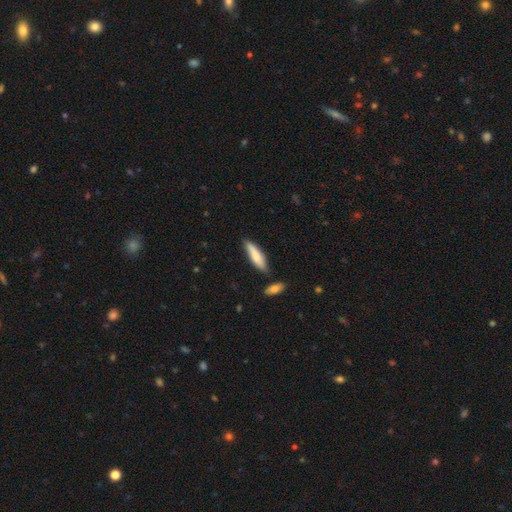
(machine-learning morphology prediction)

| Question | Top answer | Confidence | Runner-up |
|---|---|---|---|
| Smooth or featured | smooth | 78% | featured or disk (16%) |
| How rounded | cigar-shaped | 67% | in between (31%) |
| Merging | none | 72% | minor disturbance (20%) |